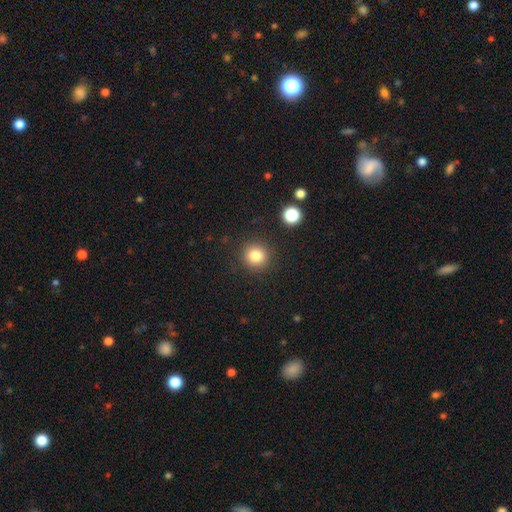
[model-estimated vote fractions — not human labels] Smooth or featured?
  - smooth: 82% *
  - star or artifact: 12%
  - featured or disk: 6%
How rounded?
  - round: 93% *
  - in between: 6%
  - cigar-shaped: 1%
Merging?
  - none: 89% *
  - minor disturbance: 6%
  - major disturbance: 3%
  - merger: 2%